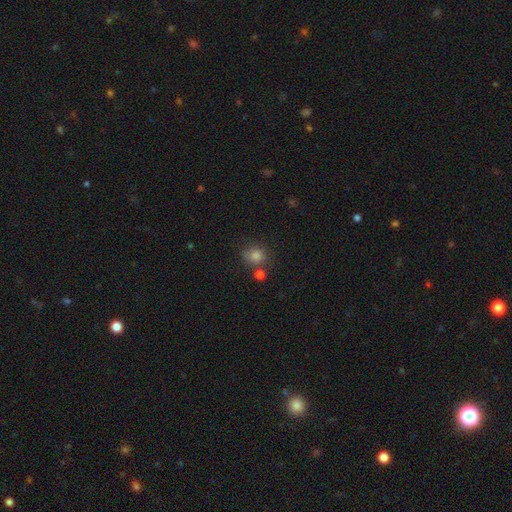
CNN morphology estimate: This appears to be a smooth galaxy with no disk features (78%) that is round (79%). Merging: none (69%).